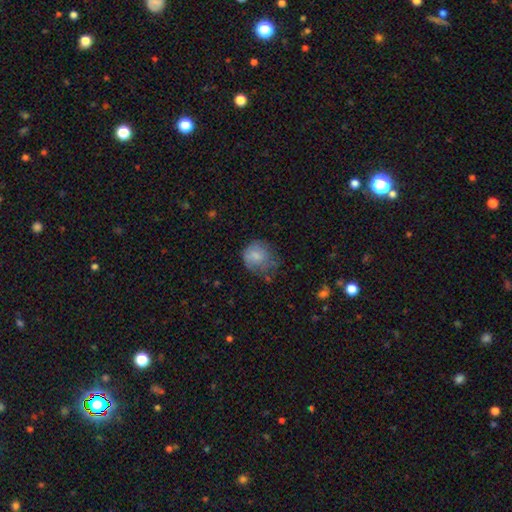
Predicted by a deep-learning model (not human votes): smooth-or-featured: smooth: 74% | featured or disk: 18% | star or artifact: 9%
  how-rounded: round: 76% | in between: 24% | cigar-shaped: 1%
  merging: none: 39% | minor disturbance: 35% | major disturbance: 23% | merger: 3%